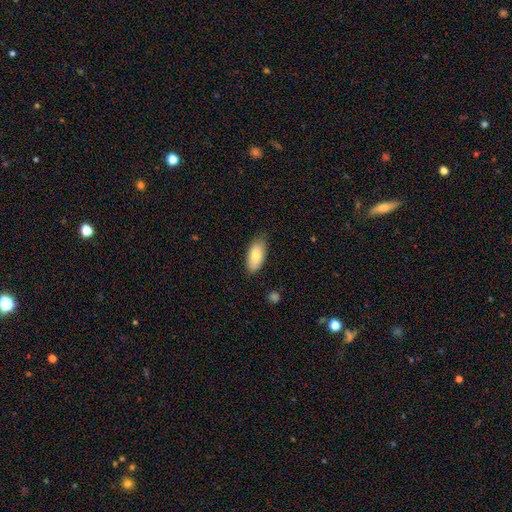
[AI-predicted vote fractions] This is clearly a smooth galaxy (80%). How rounded: clearly in between (91%). Merging: clearly none (82%).